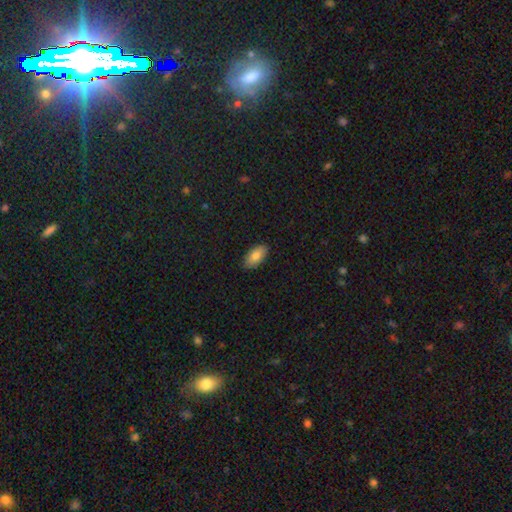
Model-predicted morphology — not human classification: Smooth or featured: smooth — 81% (featured or disk — 12%)
How rounded: in between — 93% (cigar-shaped — 4%)
Merging: none — 87% (minor disturbance — 10%)